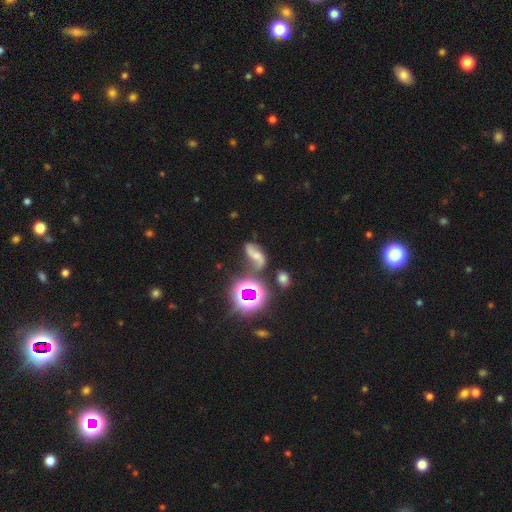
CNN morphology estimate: The model was most divided on "smooth or featured": featured or disk: 50%, smooth: 26%, star or artifact: 25%. More confident: merging — none (50%).